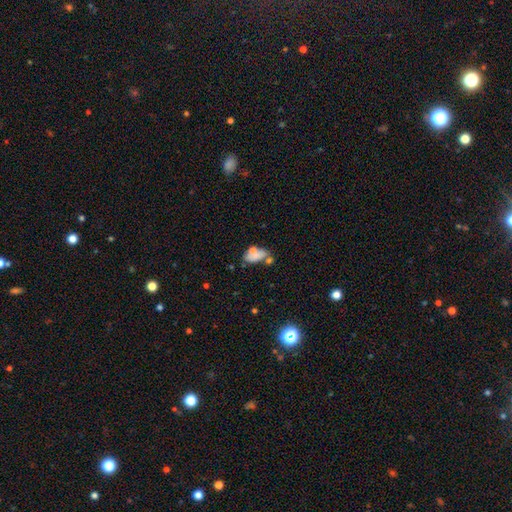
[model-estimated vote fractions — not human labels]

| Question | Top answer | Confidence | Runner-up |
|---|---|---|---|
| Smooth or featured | smooth | 66% | featured or disk (23%) |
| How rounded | in between | 88% | round (7%) |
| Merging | none | 37% | merger (26%) |